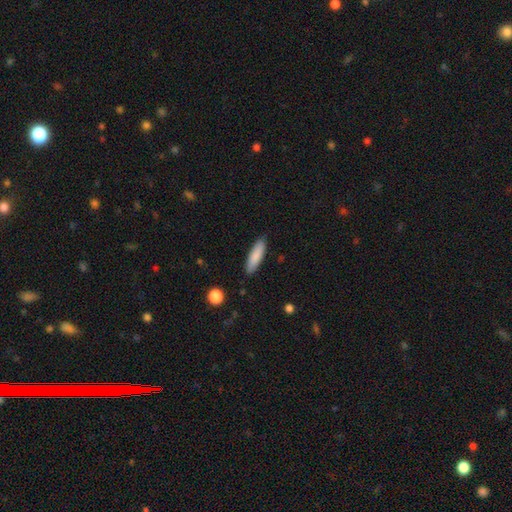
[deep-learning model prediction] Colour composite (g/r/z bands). It shows a smooth galaxy with no disk features (86%) that is cigar-shaped (64%). Merging: none (88%).